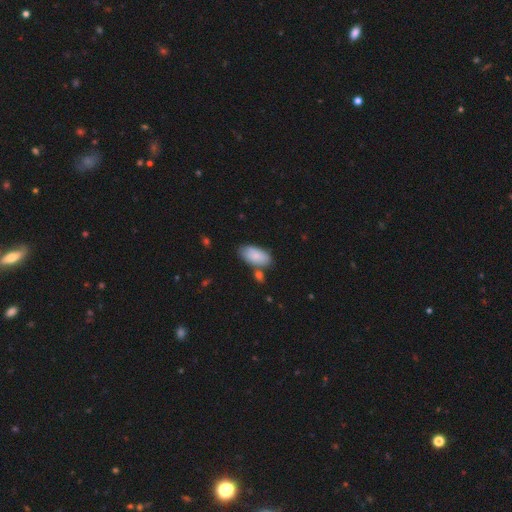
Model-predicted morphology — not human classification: This is clearly a smooth galaxy (84%). How rounded: clearly in between (93%). Merging: likely none (68%).